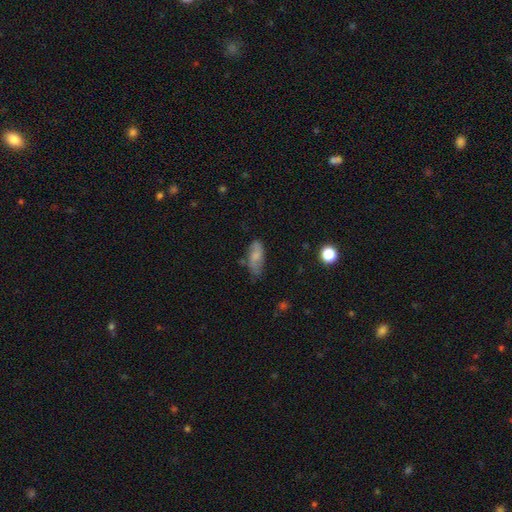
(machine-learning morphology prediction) The model was most divided on "smooth or featured": smooth: 63%, featured or disk: 29%, star or artifact: 8%. More confident: how rounded — in between (83%); merging — none (64%).